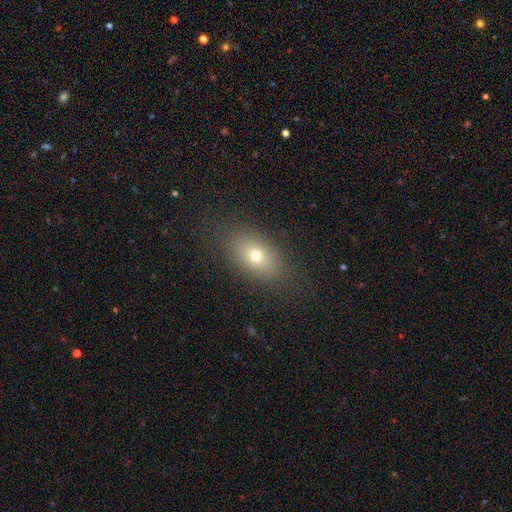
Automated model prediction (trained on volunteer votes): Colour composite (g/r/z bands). It shows a smooth galaxy with no disk features (68%) that is in between round and cigar-shaped (81%). Merging: none (86%).